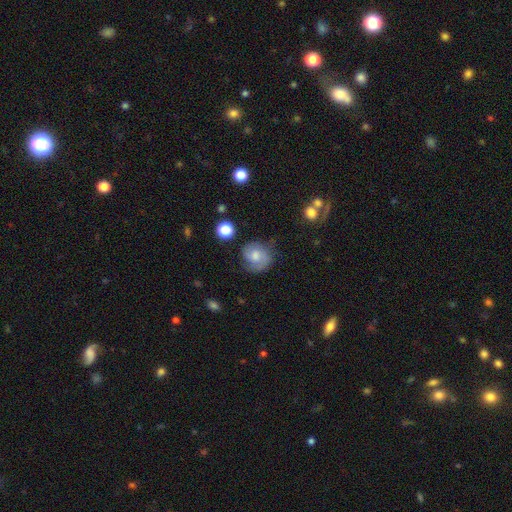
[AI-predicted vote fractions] Smooth or featured? featured or disk (51%)
Edge-on disk? no (97%)
Merging? none (63%)